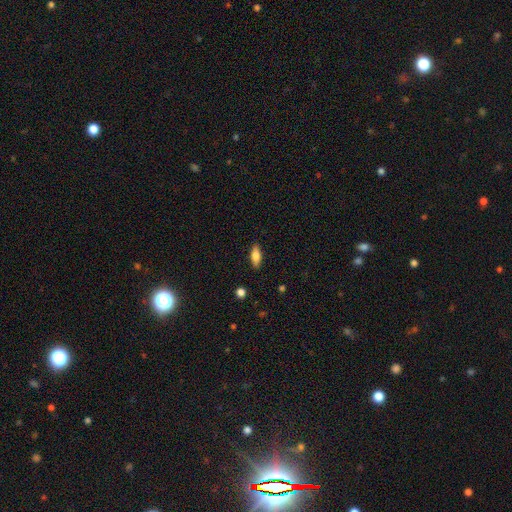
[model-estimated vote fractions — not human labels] The model was most divided on "how rounded": in between: 70%, cigar-shaped: 27%, round: 3%. More confident: merging — none (87%); smooth or featured — smooth (69%).